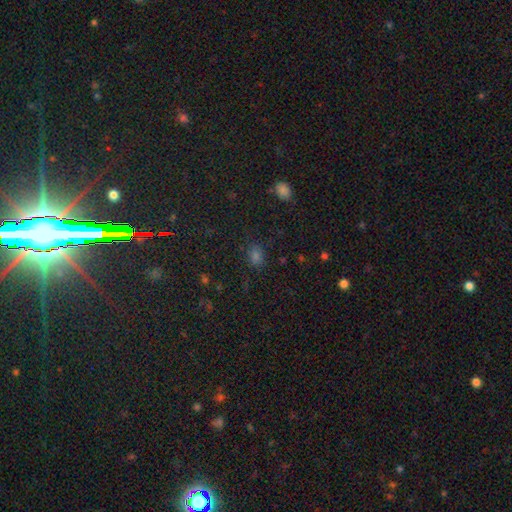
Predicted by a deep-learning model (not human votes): A smooth galaxy with no disk features (67%) that is in between round and cigar-shaped (63%). Merging: none (80%).